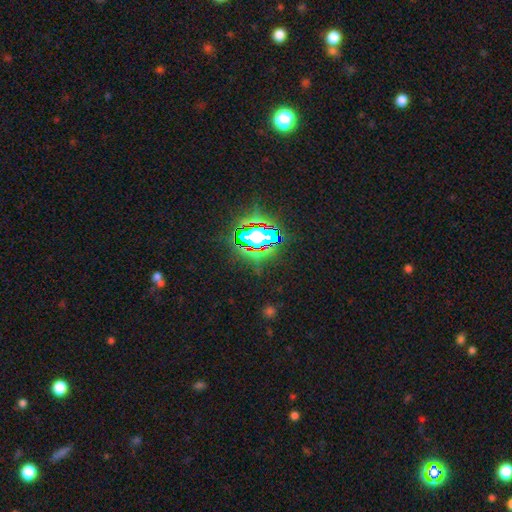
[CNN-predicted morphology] smooth_or_featured: star or artifact (p=0.81) [alt: smooth p=0.11]